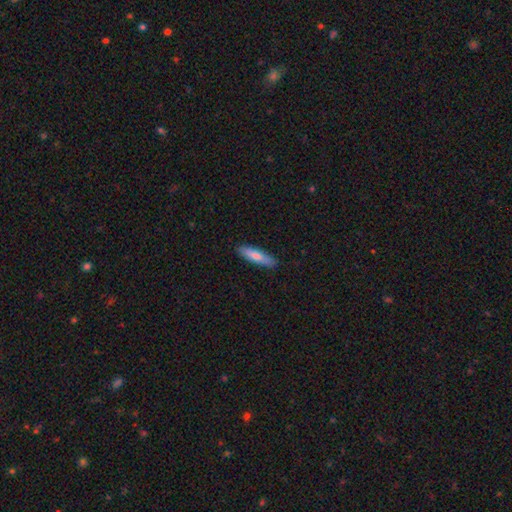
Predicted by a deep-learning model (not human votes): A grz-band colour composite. It shows a smooth galaxy with no disk features (73%) that is cigar-shaped (77%). Merging: none (89%).